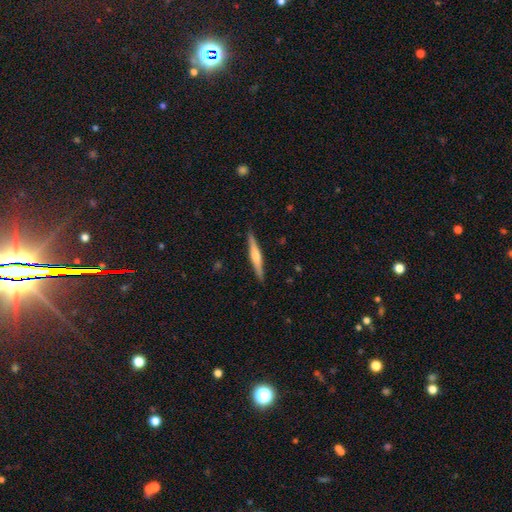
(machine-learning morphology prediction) smooth-or-featured: featured or disk: 57% | smooth: 38% | star or artifact: 5%
  disk-edge-on: yes: 97% | no: 3%
    edge-on-bulge: rounded: 73% | none: 14% | boxy: 12%
  merging: none: 90% | minor disturbance: 8% | major disturbance: 1% | merger: 1%